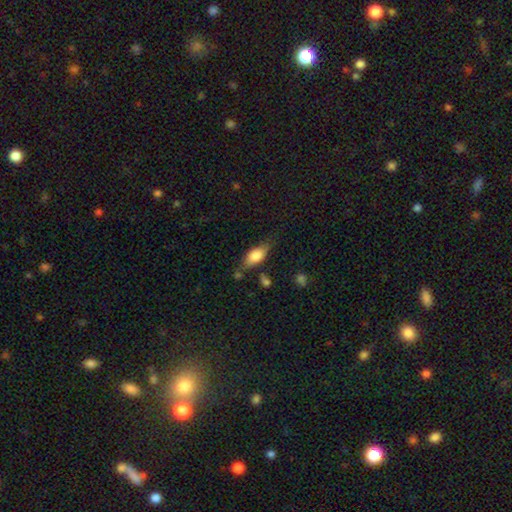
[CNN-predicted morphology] Smooth or featured?
  - smooth: 71% *
  - featured or disk: 22%
  - star or artifact: 7%
How rounded?
  - in between: 82% *
  - cigar-shaped: 13%
  - round: 5%
Merging?
  - none: 61% *
  - minor disturbance: 26%
  - major disturbance: 8%
  - merger: 5%